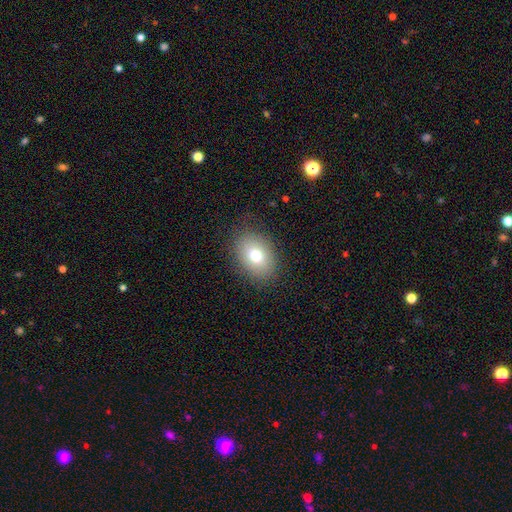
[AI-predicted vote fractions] Q: Smooth or featured?
A: smooth (76%); runner-up: featured or disk (13%)
Q: How rounded?
A: in between (72%); runner-up: round (27%)
Q: Merging?
A: none (85%); runner-up: minor disturbance (11%)